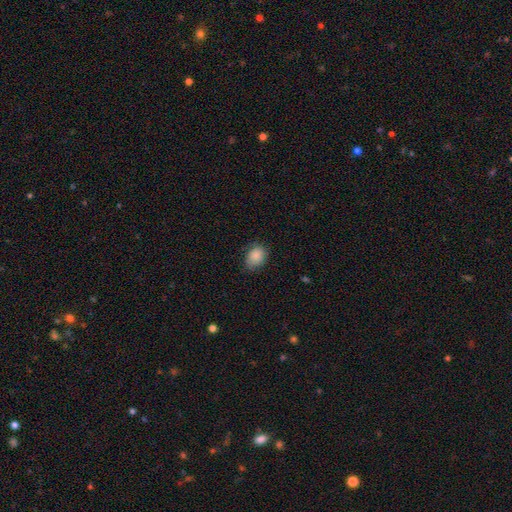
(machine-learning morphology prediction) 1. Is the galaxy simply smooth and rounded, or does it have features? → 86% smooth, 8% star or artifact, 6% featured or disk.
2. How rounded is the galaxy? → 61% in between, 38% round, 1% cigar-shaped.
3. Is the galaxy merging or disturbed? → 71% none, 23% minor disturbance, 5% major disturbance, 1% merger.